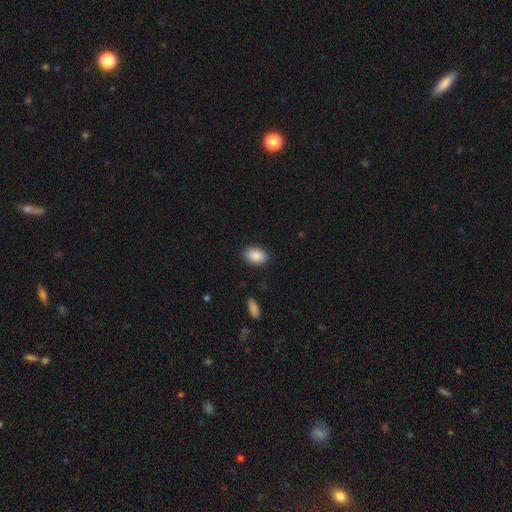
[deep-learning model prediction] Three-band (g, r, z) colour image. It shows a smooth galaxy with no disk features (89%) that is in between round and cigar-shaped (88%). Merging: none (87%).